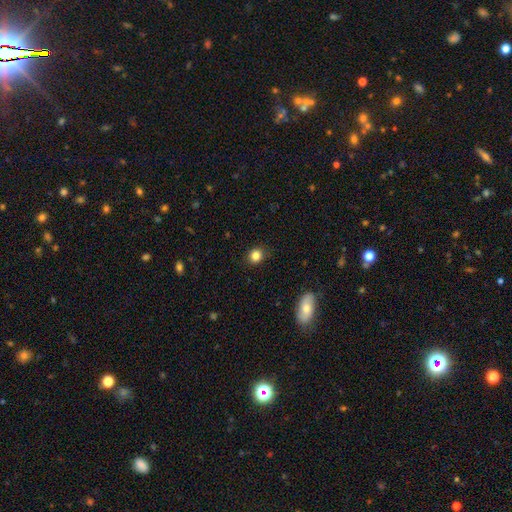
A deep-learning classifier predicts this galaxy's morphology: Smooth or featured? smooth (84%)
How rounded? round (77%)
Merging? none (87%)